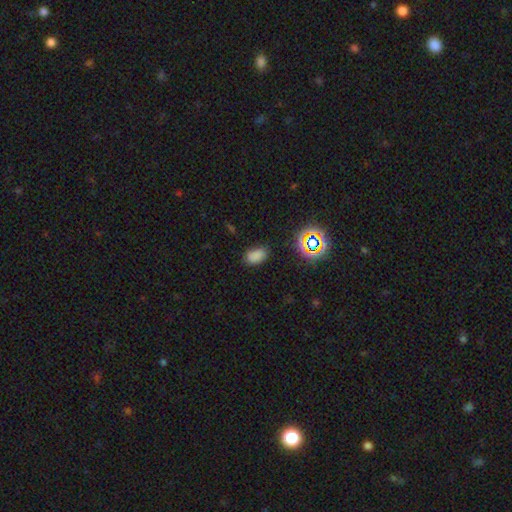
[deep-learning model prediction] smooth_or_featured: smooth (p=0.75) [alt: star or artifact p=0.19]
how_rounded: in between (p=0.89) [alt: round p=0.09]
merging: none (p=0.78) [alt: minor disturbance p=0.16]